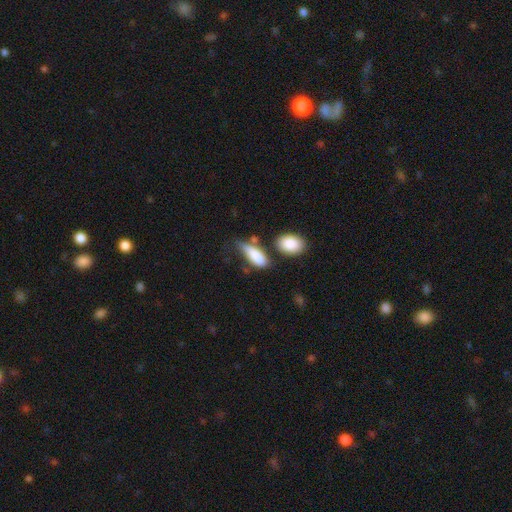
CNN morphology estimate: smooth 83%, featured or disk 10%, star or artifact 7%. Down the decision tree: how rounded — in between (75%); merging — none (41%).